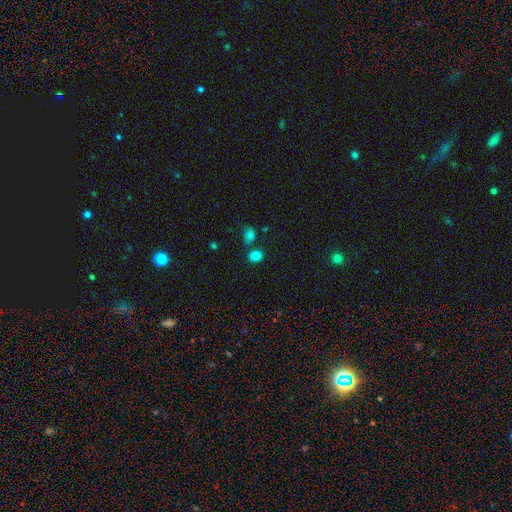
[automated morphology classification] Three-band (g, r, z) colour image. It shows a smooth galaxy with no disk features (81%) that is round (54%). Merging: none (69%).